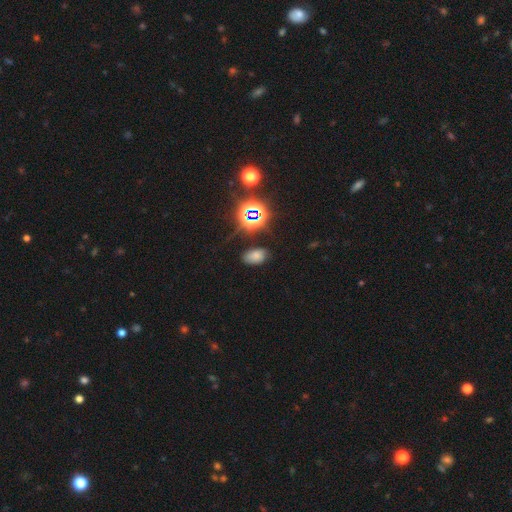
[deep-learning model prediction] Smooth or featured? Predicted: smooth (p=0.62). How rounded? Predicted: in between (p=0.90). Merging? Predicted: none (p=0.76).